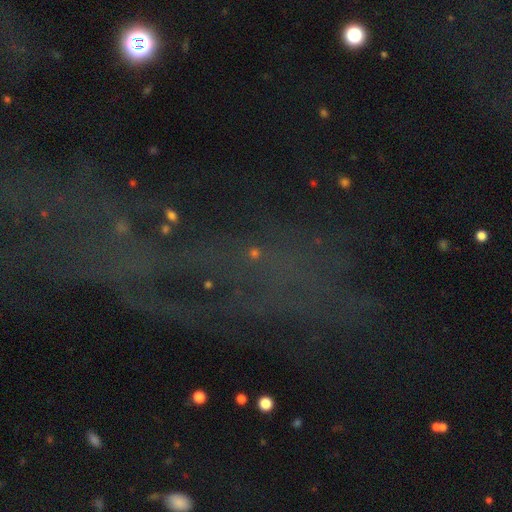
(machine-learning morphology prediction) Overall: star or artifact (57%; featured or disk 27%).